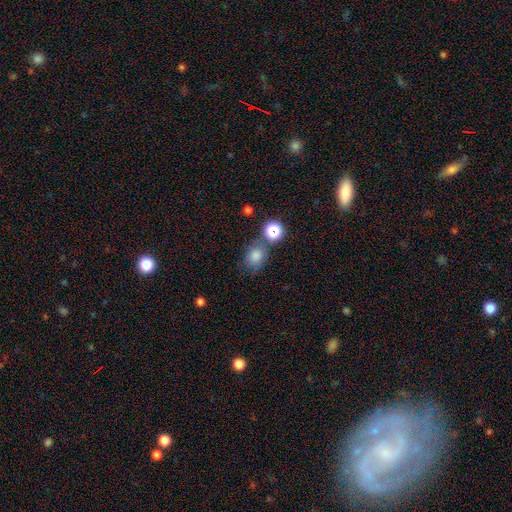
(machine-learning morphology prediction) Smooth or featured: smooth — 77% (star or artifact — 14%)
How rounded: round — 51% (in between — 48%)
Merging: none — 61% (minor disturbance — 17%)